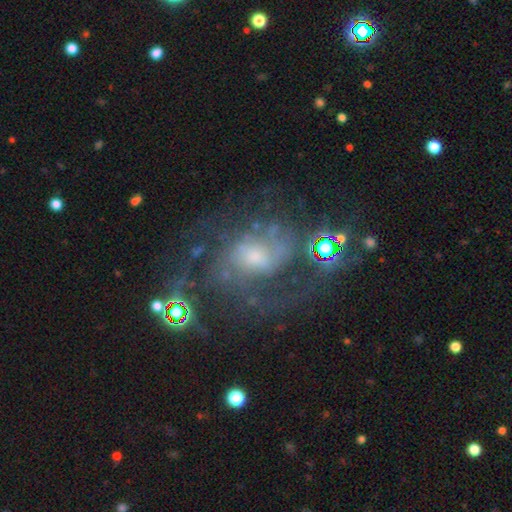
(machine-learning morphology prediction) Smooth or featured? featured or disk (76%)
Edge-on disk? no (97%)
Bar? no (59%)
Spiral arms? yes (89%)
Spiral winding? medium (46%)
Spiral arm count? can't tell (35%)
Bulge size? small (51%)
Merging? none (63%)